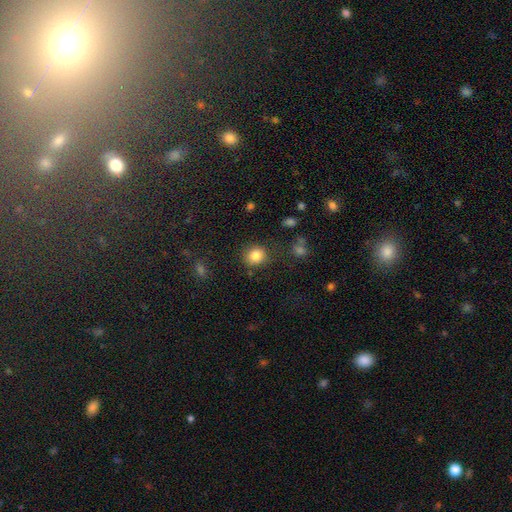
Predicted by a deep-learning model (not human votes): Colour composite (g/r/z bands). It shows a smooth galaxy with no disk features (83%) that is round (84%). Merging: none (82%).